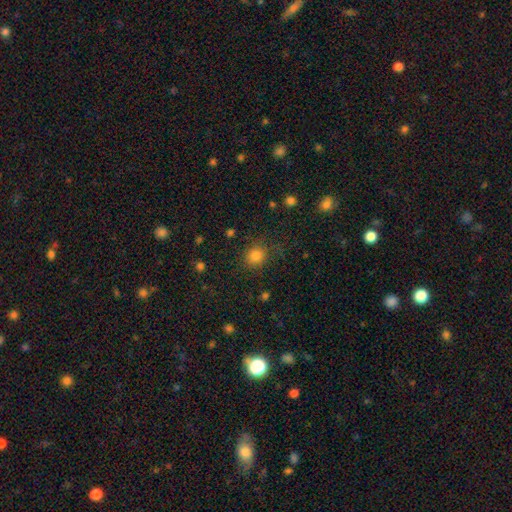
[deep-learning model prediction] smooth-or-featured: smooth: 82% | star or artifact: 13% | featured or disk: 5%
  how-rounded: round: 78% | in between: 22% | cigar-shaped: 1%
  merging: none: 81% | minor disturbance: 12% | major disturbance: 5% | merger: 2%